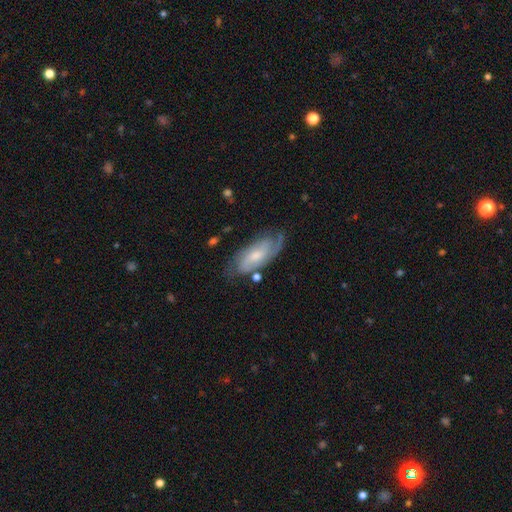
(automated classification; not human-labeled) The model was most divided on "bulge size": small: 46%, moderate: 43%, none: 6%, large: 4%, dominant: 1%. Remaining: spiral arms — yes (93%); edge-on disk — no (90%); smooth or featured — featured or disk (75%); merging — none (70%); spiral arm count — 2 (59%); bar — no (52%); spiral winding — tight (48%).